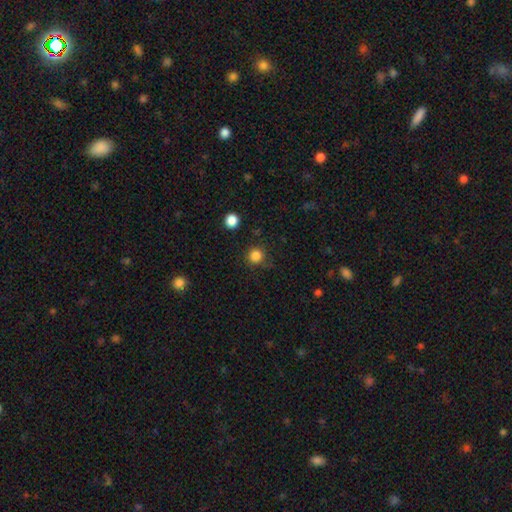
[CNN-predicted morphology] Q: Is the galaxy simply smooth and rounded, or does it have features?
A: smooth — 83%.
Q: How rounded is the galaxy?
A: round — 94%.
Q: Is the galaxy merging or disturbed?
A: none — 84%.